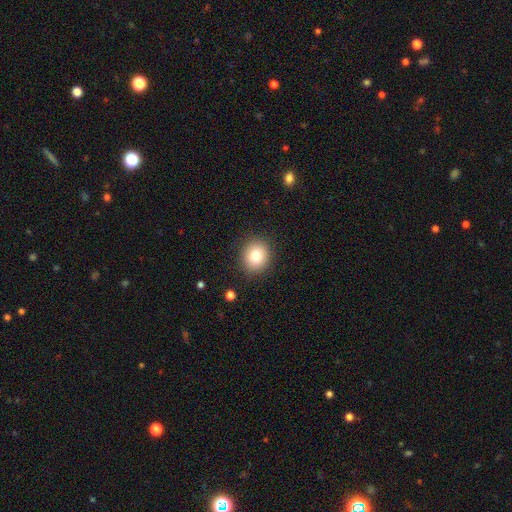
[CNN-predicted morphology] A smooth galaxy with no disk features (81%) that is round (74%). Merging: none (88%).